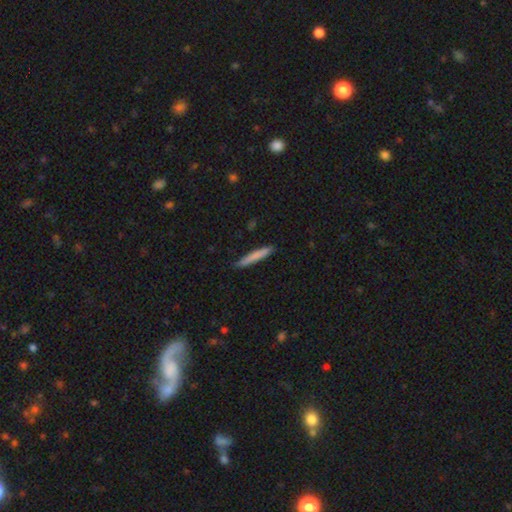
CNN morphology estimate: This appears to be a smooth galaxy with no disk features (78%) that is cigar-shaped (95%). Merging: none (84%).